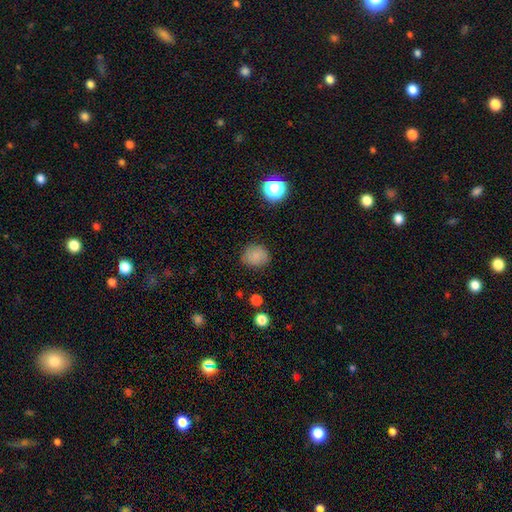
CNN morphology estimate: Overall: smooth (82%). How rounded: round (68%; in between 31%). Merging: none (81%).